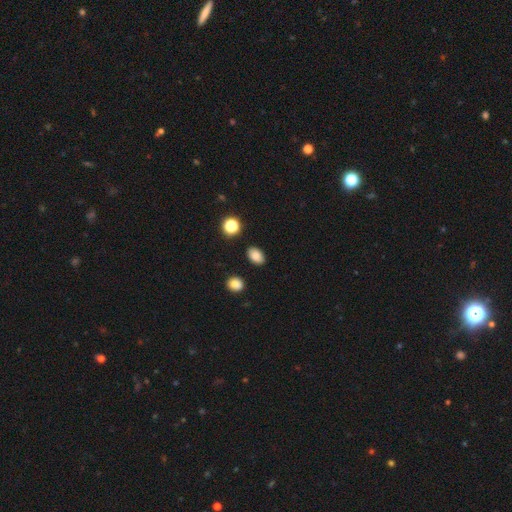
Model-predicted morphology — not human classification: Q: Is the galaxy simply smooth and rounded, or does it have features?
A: smooth — 84%.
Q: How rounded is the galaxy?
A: in between — 84%.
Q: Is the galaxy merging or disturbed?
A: none — 88%.